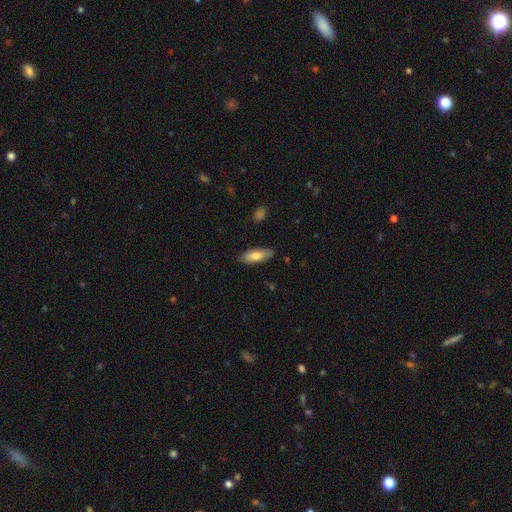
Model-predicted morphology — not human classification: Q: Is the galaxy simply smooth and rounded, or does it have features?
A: smooth — 75%.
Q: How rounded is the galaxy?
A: in between — 71%.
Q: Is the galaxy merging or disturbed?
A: none — 86%.